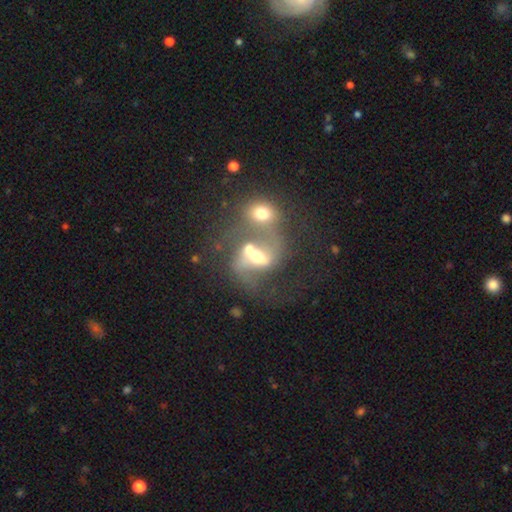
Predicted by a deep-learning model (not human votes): smooth_or_featured: star or artifact (p=0.37) [alt: smooth p=0.34]